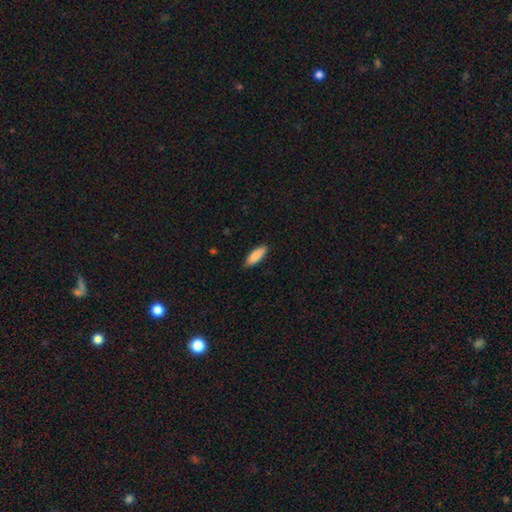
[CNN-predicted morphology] smooth_or_featured: smooth (p=0.88) [alt: featured or disk p=0.06]
how_rounded: in between (p=0.58) [alt: cigar-shaped p=0.40]
merging: none (p=0.84) [alt: minor disturbance p=0.13]